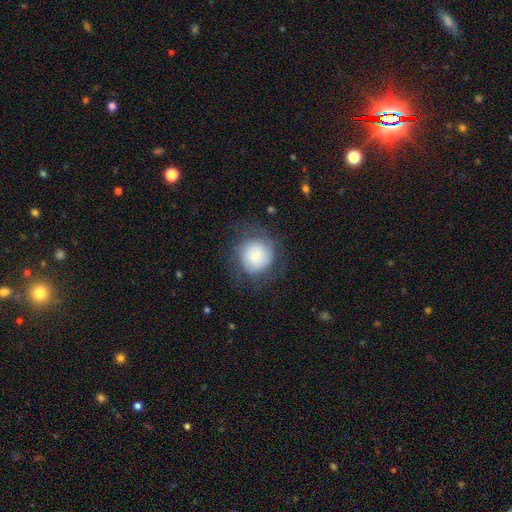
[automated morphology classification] A smooth galaxy with no disk features (65%) that is round (91%).

Vote fractions:
- Smooth or featured? smooth: 65% / featured or disk: 27% / star or artifact: 9%
- How rounded? round: 91% / in between: 8% / cigar-shaped: 1%
- Merging? none: 67% / minor disturbance: 18% / major disturbance: 14% / merger: 1%